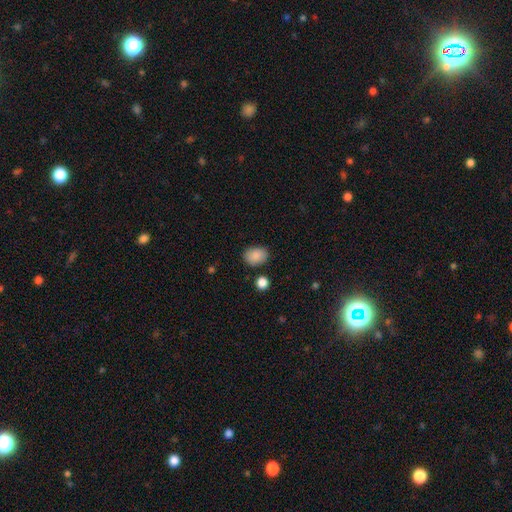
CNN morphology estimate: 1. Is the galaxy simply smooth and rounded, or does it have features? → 87% smooth, 8% star or artifact, 5% featured or disk.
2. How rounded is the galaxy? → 68% in between, 31% round, 1% cigar-shaped.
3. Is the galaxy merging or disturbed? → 81% none, 13% minor disturbance, 3% merger, 3% major disturbance.